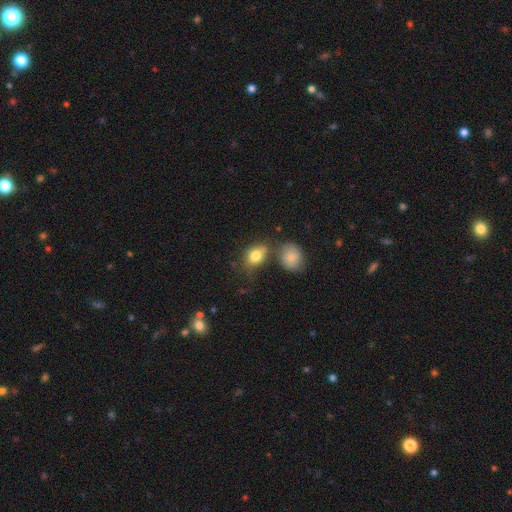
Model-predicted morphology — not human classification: This appears to be a smooth galaxy with no disk features (79%) that is in between round and cigar-shaped (65%). Merging: none (49%).